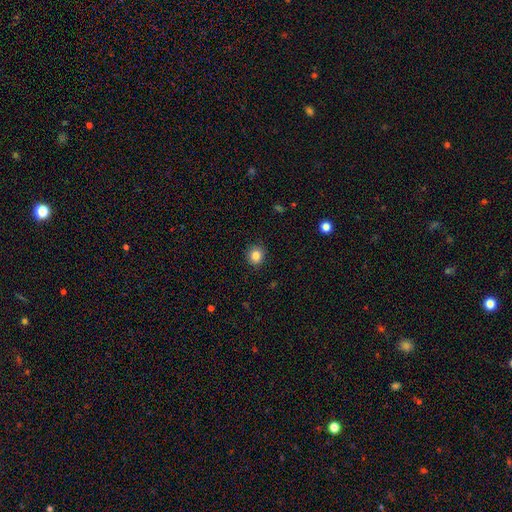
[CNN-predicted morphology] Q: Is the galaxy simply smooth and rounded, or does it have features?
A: smooth — 84%.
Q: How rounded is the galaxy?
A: round — 85%.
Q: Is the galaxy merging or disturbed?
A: none — 90%.